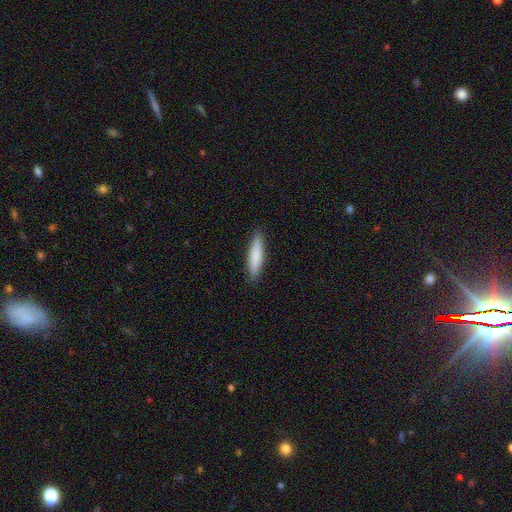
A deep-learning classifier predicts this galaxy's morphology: smooth 81%, featured or disk 14%, star or artifact 5%. Down the decision tree: how rounded — cigar-shaped (83%); merging — none (90%).